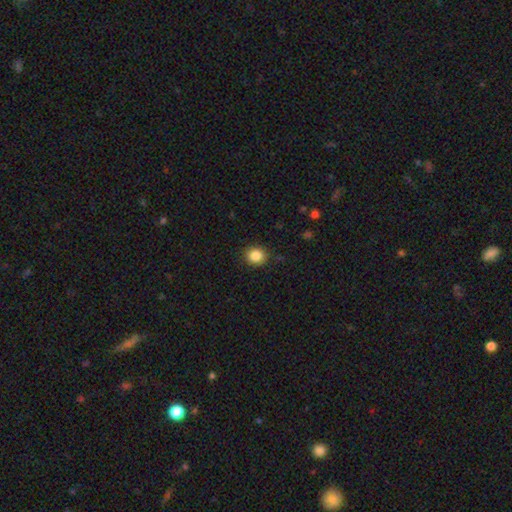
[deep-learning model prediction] This appears to be a smooth galaxy with no disk features (86%) that is round (81%). Merging: none (89%).